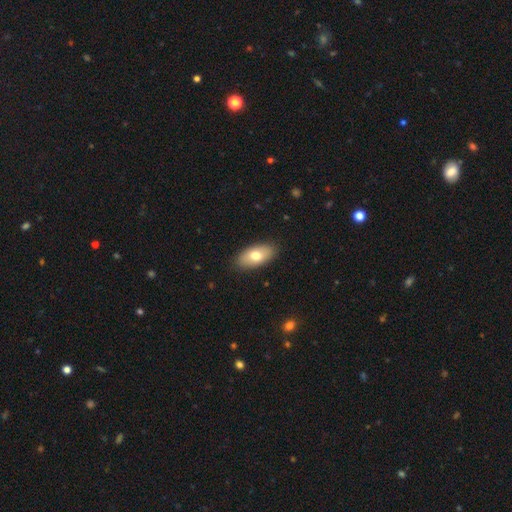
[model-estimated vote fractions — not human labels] smooth_or_featured: smooth (p=0.72) [alt: featured or disk p=0.22]
how_rounded: in between (p=0.92) [alt: cigar-shaped p=0.04]
merging: none (p=0.87) [alt: minor disturbance p=0.10]